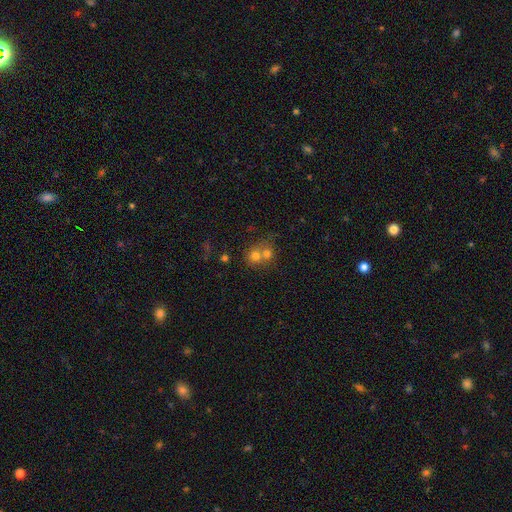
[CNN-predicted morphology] smooth-or-featured: smooth: 69% | featured or disk: 18% | star or artifact: 13%
  how-rounded: round: 79% | in between: 20% | cigar-shaped: 1%
  merging: merger: 61% | none: 30% | minor disturbance: 6% | major disturbance: 3%